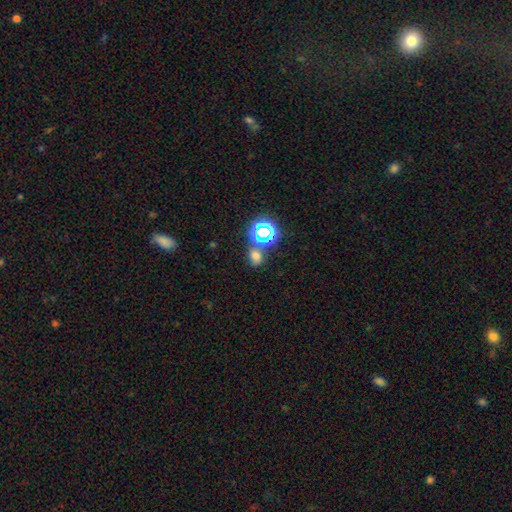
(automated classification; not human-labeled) A smooth galaxy with no disk features (59%) that is in between round and cigar-shaped (53%). Merging: none (70%).